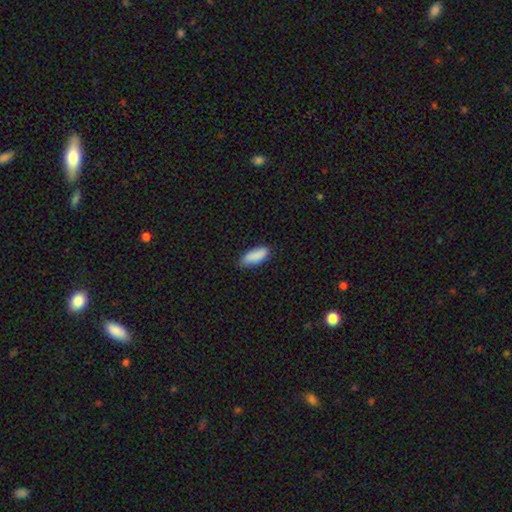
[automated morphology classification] Smooth or featured? smooth (88%)
How rounded? in between (70%)
Merging? none (78%)